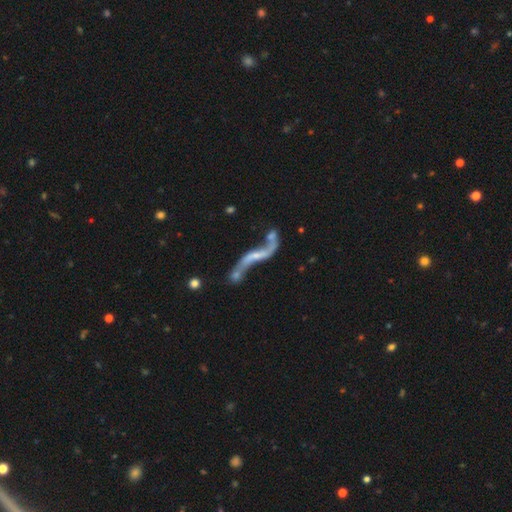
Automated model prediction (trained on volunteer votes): The model was most divided on "merging": merger: 36%, none: 32%, major disturbance: 17%, minor disturbance: 14%. Remaining: spiral winding — loose (93%); spiral arm count — 2 (87%); edge-on disk — no (83%); spiral arms — yes (81%); smooth or featured — featured or disk (80%); bulge size — small (50%); bar — no (48%).